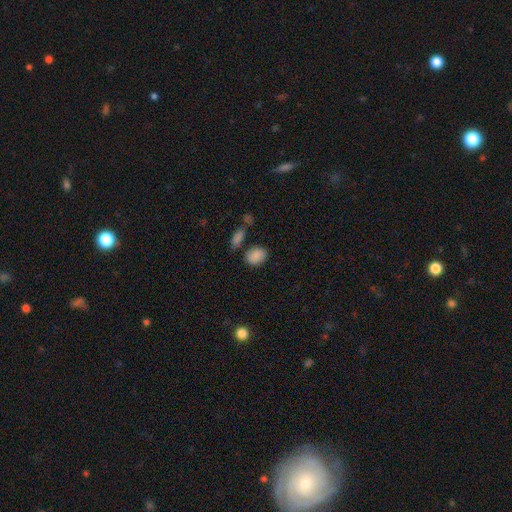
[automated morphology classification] Overall: smooth (86%). How rounded: in between (72%). Merging: none (72%).